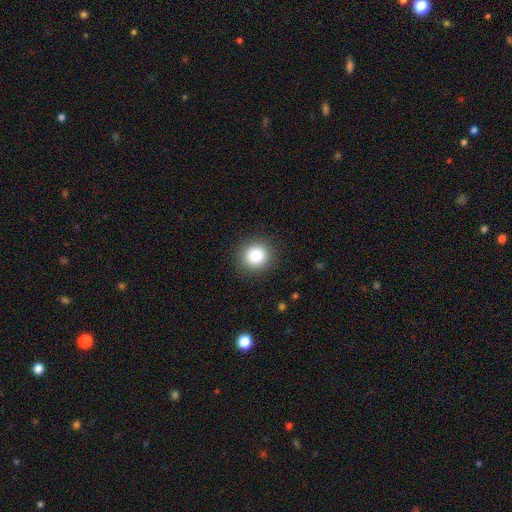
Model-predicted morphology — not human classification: Smooth or featured?
  - smooth: 83% *
  - star or artifact: 11%
  - featured or disk: 6%
How rounded?
  - round: 92% *
  - in between: 7%
  - cigar-shaped: 1%
Merging?
  - none: 91% *
  - minor disturbance: 6%
  - major disturbance: 2%
  - merger: 1%